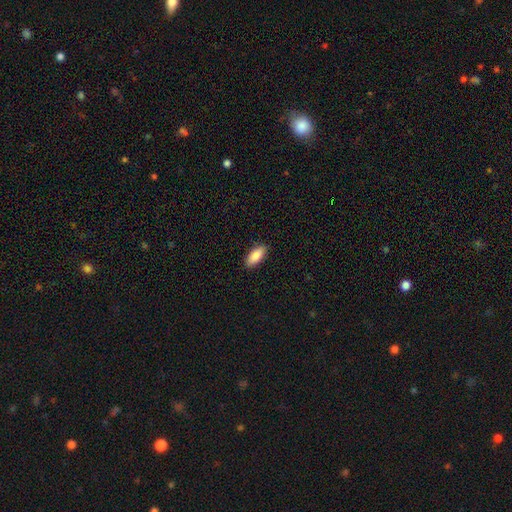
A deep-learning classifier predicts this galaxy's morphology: Smooth or featured? smooth (88%)
How rounded? in between (84%)
Merging? none (89%)